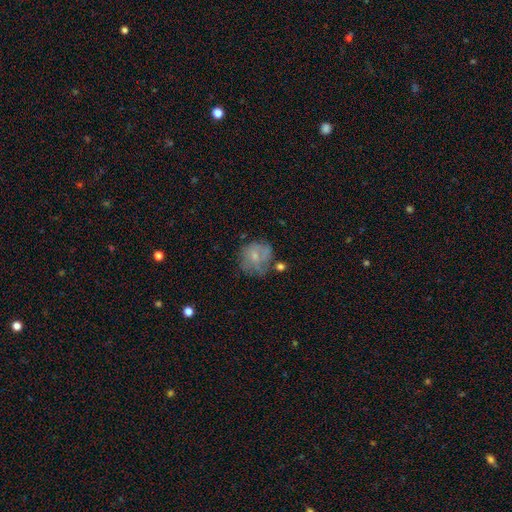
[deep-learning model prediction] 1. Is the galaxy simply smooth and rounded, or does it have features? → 58% smooth, 32% featured or disk, 9% star or artifact.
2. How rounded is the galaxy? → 77% round, 22% in between, 1% cigar-shaped.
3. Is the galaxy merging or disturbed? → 49% none, 26% minor disturbance, 17% major disturbance, 8% merger.